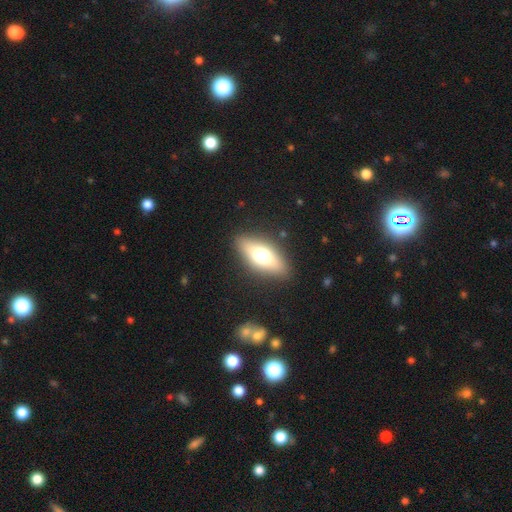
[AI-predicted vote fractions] Morphology: type=smooth (59%); roundness=in between (69%); merging=none (87%).